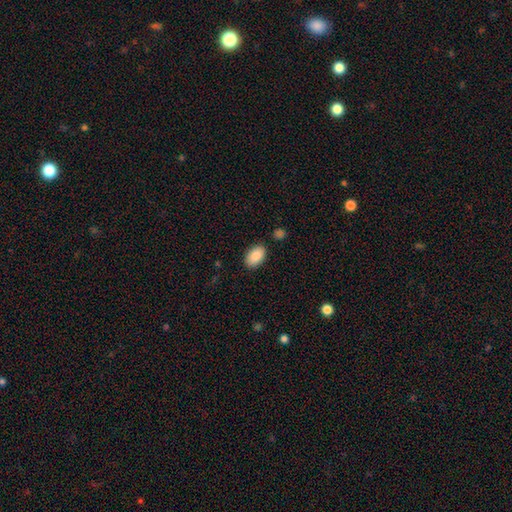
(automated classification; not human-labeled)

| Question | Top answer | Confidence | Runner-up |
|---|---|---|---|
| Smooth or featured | smooth | 89% | star or artifact (6%) |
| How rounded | in between | 92% | round (6%) |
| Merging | none | 86% | minor disturbance (10%) |